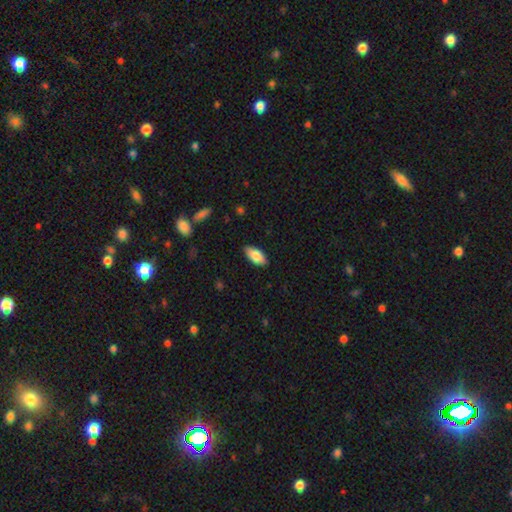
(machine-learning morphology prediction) smooth 82%, featured or disk 11%, star or artifact 6%. Down the decision tree: how rounded — in between (90%); merging — none (86%).